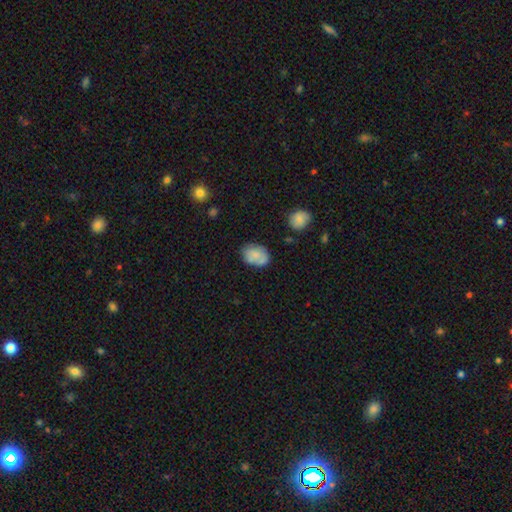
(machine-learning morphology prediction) Q: Smooth or featured?
A: smooth (75%); runner-up: featured or disk (17%)
Q: How rounded?
A: in between (76%); runner-up: round (22%)
Q: Merging?
A: none (62%); runner-up: minor disturbance (23%)